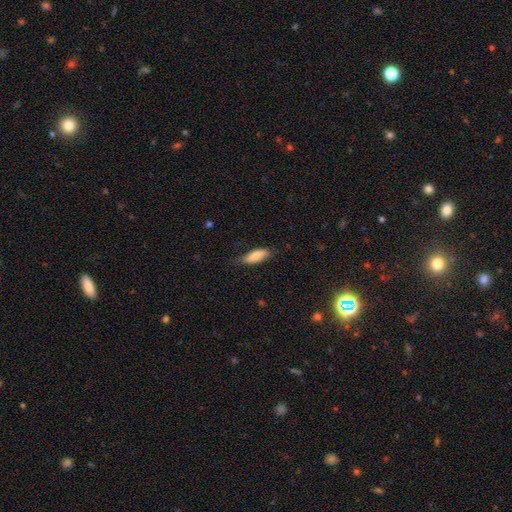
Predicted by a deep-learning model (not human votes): smooth_or_featured: smooth (p=0.81) [alt: featured or disk p=0.13]
how_rounded: in between (p=0.65) [alt: cigar-shaped p=0.33]
merging: none (p=0.72) [alt: minor disturbance p=0.22]